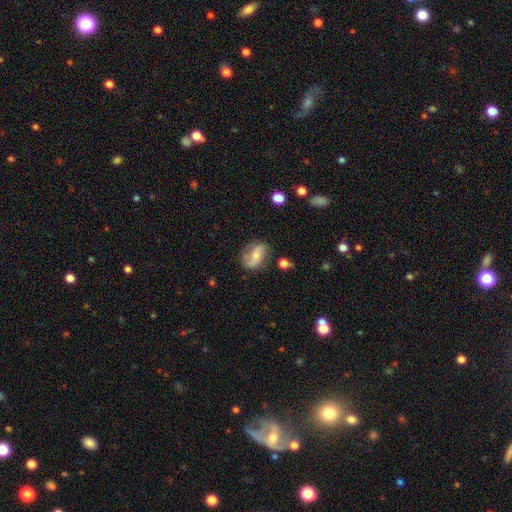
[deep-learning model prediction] smooth-or-featured: featured or disk: 55% | smooth: 37% | star or artifact: 8%
  disk-edge-on: no: 95% | yes: 5%
    bar: no: 54% | weak: 32% | strong: 14%
    has-spiral-arms: yes: 86% | no: 14%
    bulge-size: small: 49% | moderate: 36% | none: 10% | large: 4% | dominant: 1%
  merging: none: 67% | minor disturbance: 22% | major disturbance: 8% | merger: 3%